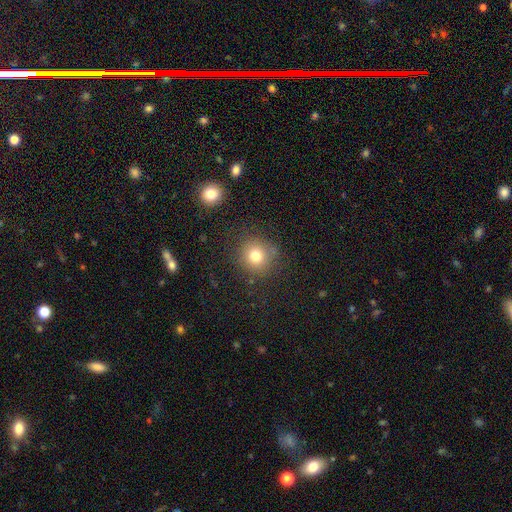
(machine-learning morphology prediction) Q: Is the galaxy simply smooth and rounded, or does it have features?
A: smooth — 76%.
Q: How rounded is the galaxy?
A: round — 90%.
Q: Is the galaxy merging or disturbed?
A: none — 81%.